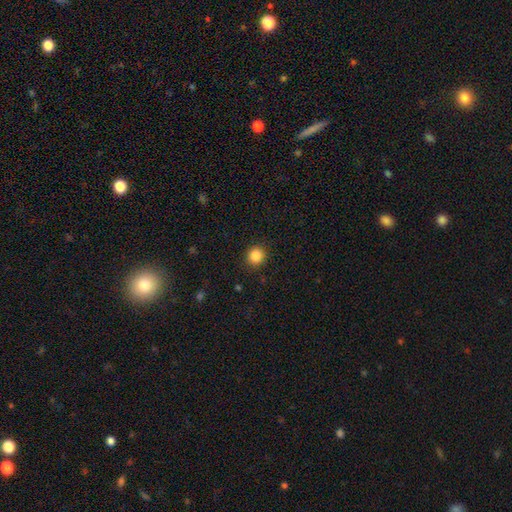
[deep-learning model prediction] This appears to be a smooth galaxy with no disk features (86%) that is round (92%). Merging: none (91%).